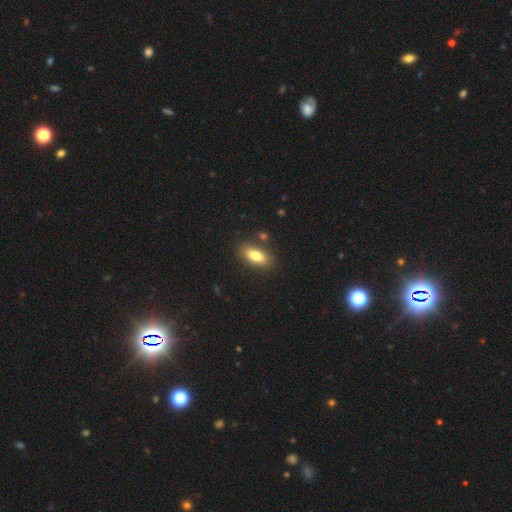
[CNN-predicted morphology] A smooth galaxy with no disk features (80%) that is in between round and cigar-shaped (86%). Merging: none (83%).